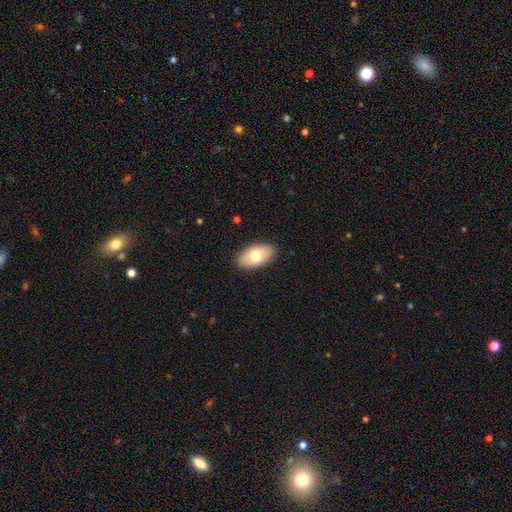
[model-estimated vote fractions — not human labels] Smooth or featured? Predicted: smooth (p=0.74). How rounded? Predicted: in between (p=0.95). Merging? Predicted: none (p=0.88).